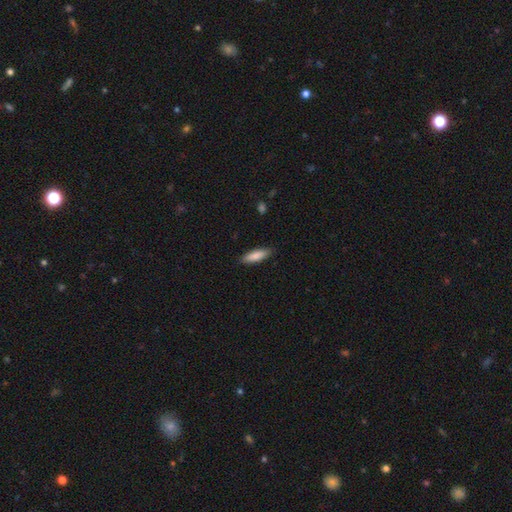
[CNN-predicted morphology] Smooth or featured?
  - smooth: 85% *
  - featured or disk: 9%
  - star or artifact: 6%
How rounded?
  - cigar-shaped: 56% *
  - in between: 42%
  - round: 2%
Merging?
  - none: 88% *
  - minor disturbance: 9%
  - major disturbance: 2%
  - merger: 1%